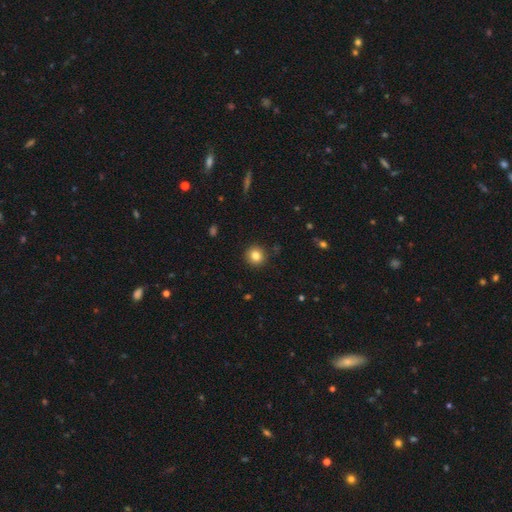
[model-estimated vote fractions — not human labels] Smooth or featured?
  - smooth: 82% *
  - star or artifact: 11%
  - featured or disk: 7%
How rounded?
  - round: 93% *
  - in between: 6%
  - cigar-shaped: 1%
Merging?
  - none: 91% *
  - minor disturbance: 6%
  - major disturbance: 2%
  - merger: 1%